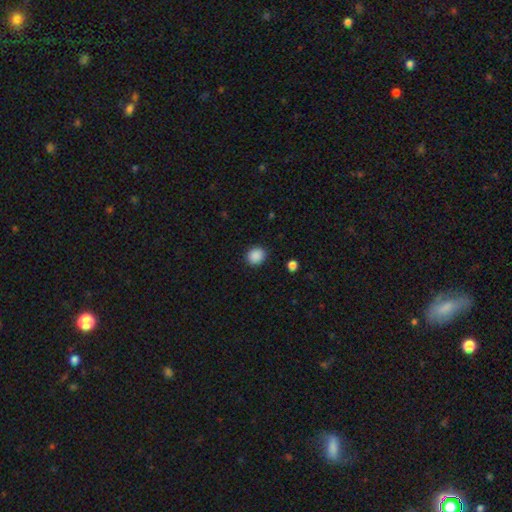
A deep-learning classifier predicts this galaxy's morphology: Overall: smooth (88%). How rounded: round (76%). Merging: none (89%).